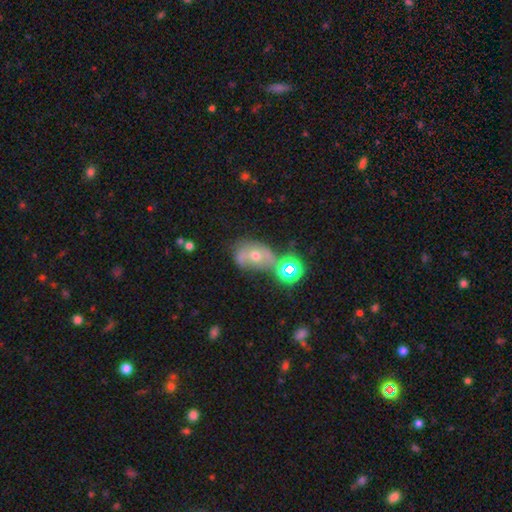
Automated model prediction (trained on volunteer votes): Smooth or featured? featured or disk (40%)
Merging? none (38%)